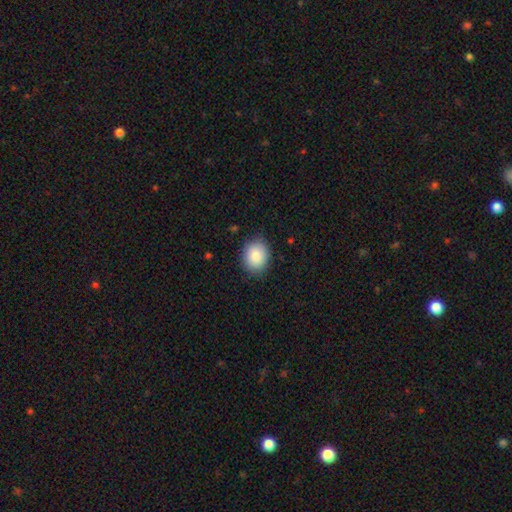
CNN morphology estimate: Overall: smooth (87%). How rounded: round (54%; in between 46%). Merging: none (86%).